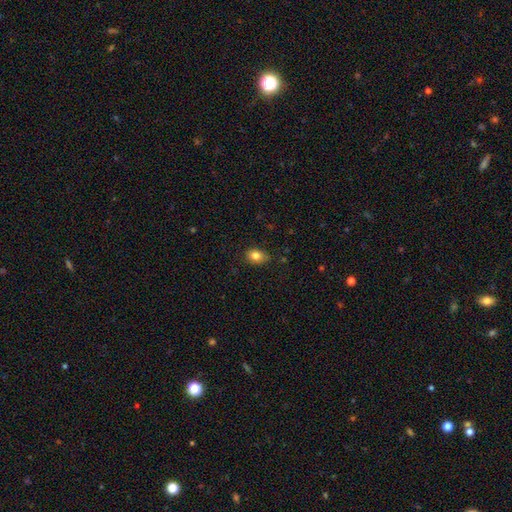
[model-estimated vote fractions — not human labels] smooth-or-featured: smooth: 82% | star or artifact: 10% | featured or disk: 9%
  how-rounded: in between: 72% | round: 27% | cigar-shaped: 1%
  merging: none: 79% | minor disturbance: 17% | major disturbance: 3% | merger: 1%